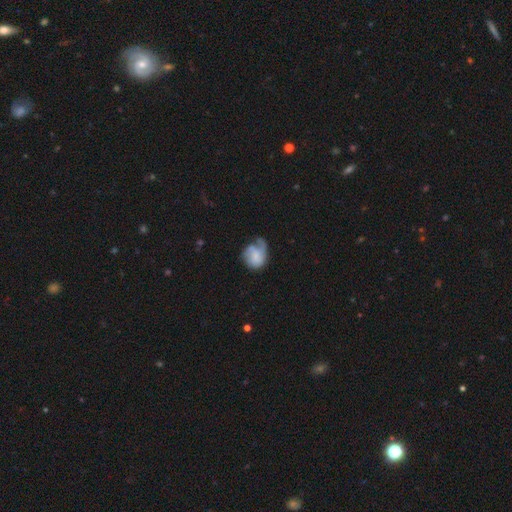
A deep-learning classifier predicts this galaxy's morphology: Smooth or featured? Predicted: featured or disk (p=0.47). Merging? Predicted: none (p=0.33).